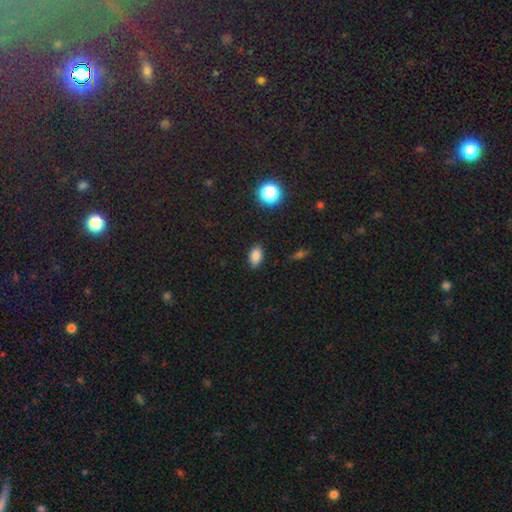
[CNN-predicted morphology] Q: Smooth or featured?
A: smooth (82%); runner-up: star or artifact (12%)
Q: How rounded?
A: in between (89%); runner-up: round (9%)
Q: Merging?
A: none (86%); runner-up: minor disturbance (11%)